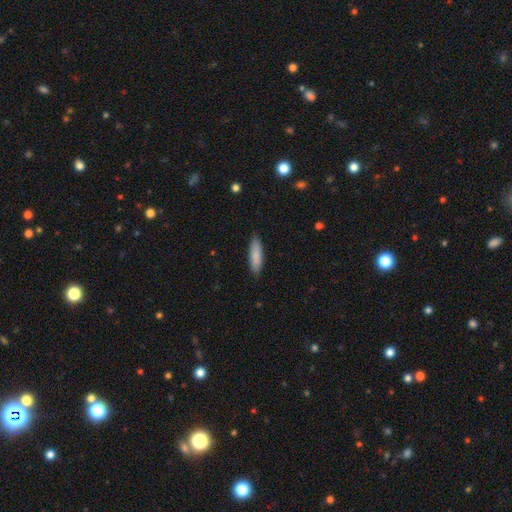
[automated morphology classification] Overall: smooth (86%). How rounded: cigar-shaped (65%; in between 33%). Merging: none (88%).